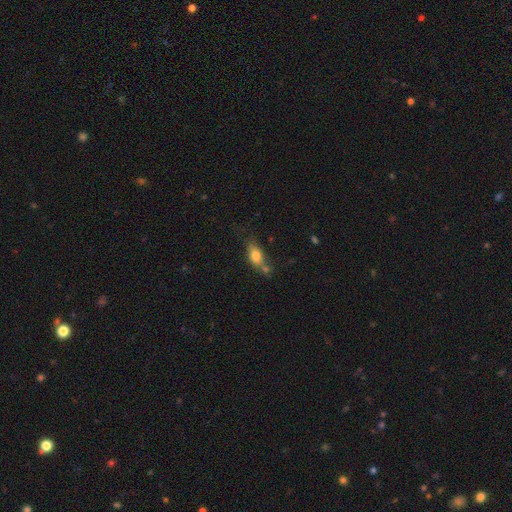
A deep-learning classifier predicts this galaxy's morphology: type=smooth (75%); roundness=in between (77%); merging=none (44%).